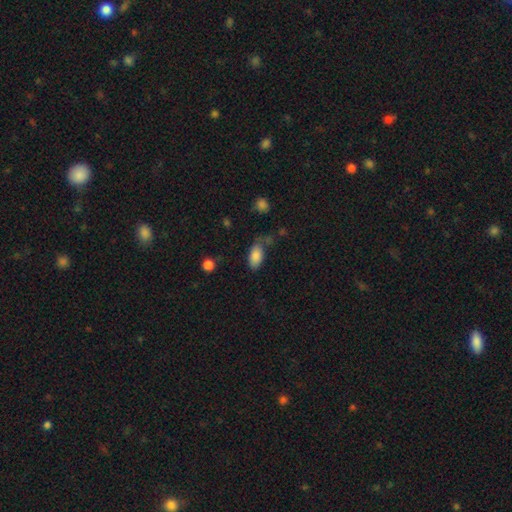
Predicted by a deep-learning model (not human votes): Smooth or featured: smooth — 86% (star or artifact — 8%)
How rounded: in between — 93% (round — 4%)
Merging: none — 55% (minor disturbance — 26%)